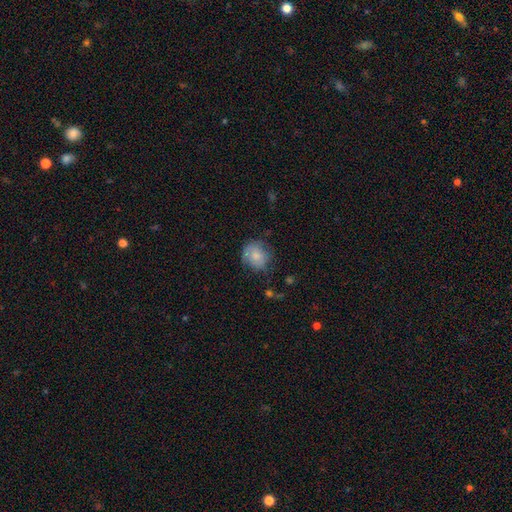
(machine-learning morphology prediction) This is likely a smooth galaxy (71%). How rounded: likely round (79%). Merging: likely none (62%).